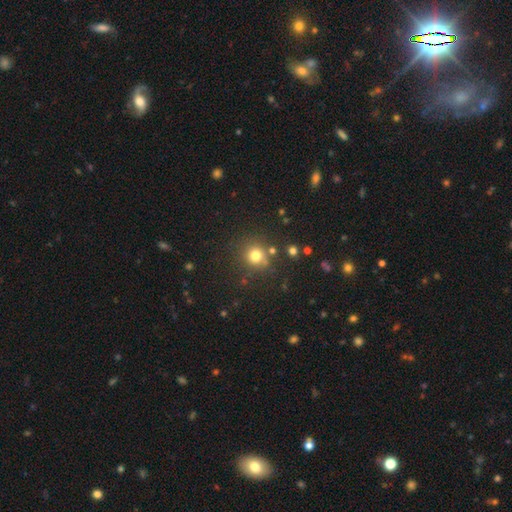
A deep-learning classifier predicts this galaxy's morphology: Smooth or featured?
  - smooth: 76% *
  - star or artifact: 16%
  - featured or disk: 7%
How rounded?
  - round: 91% *
  - in between: 8%
  - cigar-shaped: 1%
Merging?
  - none: 78% *
  - minor disturbance: 11%
  - merger: 7%
  - major disturbance: 4%